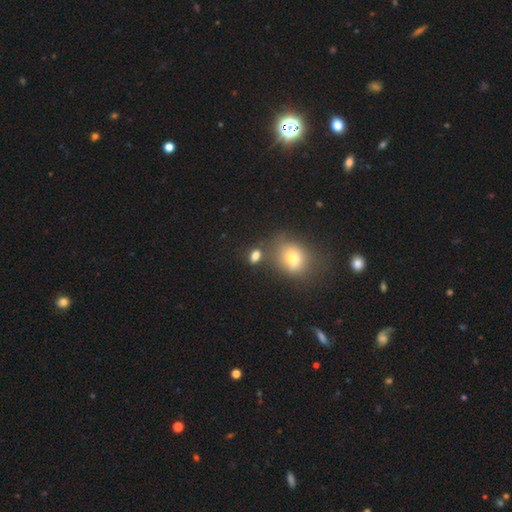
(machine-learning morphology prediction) smooth_or_featured: smooth (p=0.78) [alt: star or artifact p=0.14]
how_rounded: in between (p=0.74) [alt: round p=0.23]
merging: none (p=0.62) [alt: merger p=0.17]